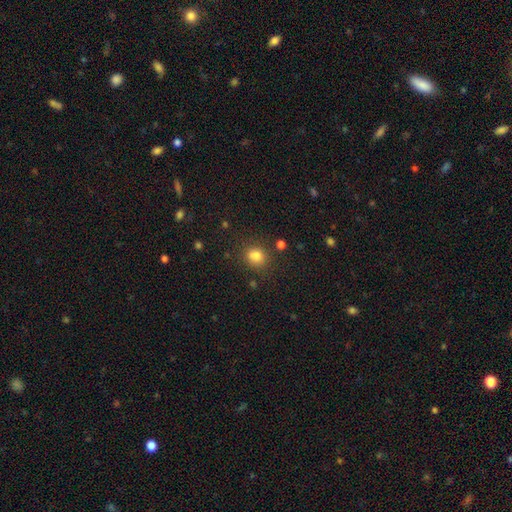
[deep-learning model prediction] smooth 81%, star or artifact 13%, featured or disk 6%. Down the decision tree: how rounded — round (67%); merging — none (74%).